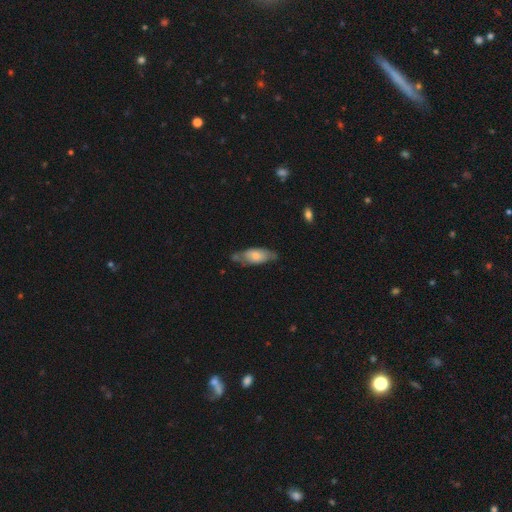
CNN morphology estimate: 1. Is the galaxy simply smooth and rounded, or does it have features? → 62% smooth, 32% featured or disk, 6% star or artifact.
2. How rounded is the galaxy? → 78% in between, 20% cigar-shaped, 2% round.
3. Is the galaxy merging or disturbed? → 54% none, 32% minor disturbance, 9% major disturbance, 5% merger.